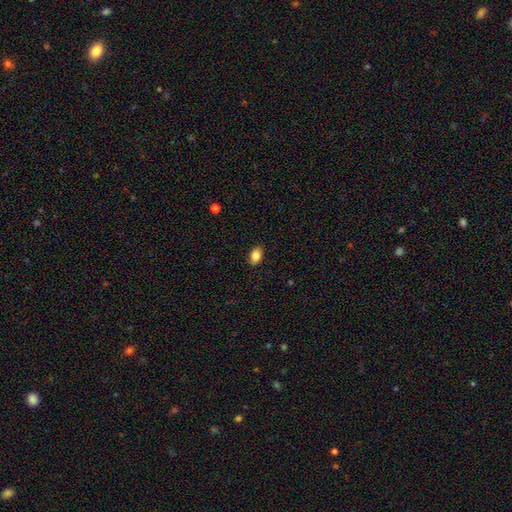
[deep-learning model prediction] A smooth galaxy with no disk features (86%) that is in between round and cigar-shaped (84%).

Vote fractions:
- Smooth or featured? smooth: 86% / star or artifact: 8% / featured or disk: 6%
- How rounded? in between: 84% / round: 14% / cigar-shaped: 1%
- Merging? none: 88% / minor disturbance: 9% / major disturbance: 2% / merger: 1%